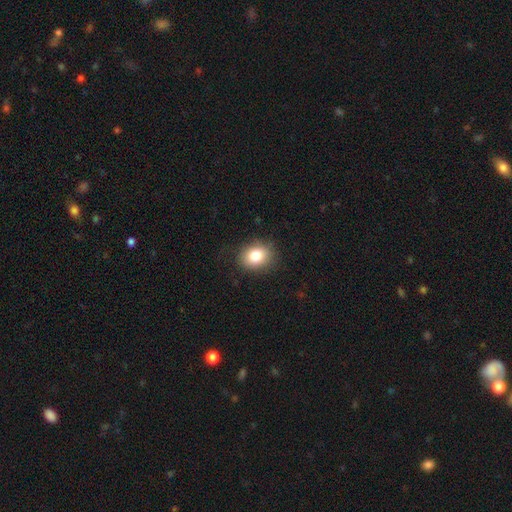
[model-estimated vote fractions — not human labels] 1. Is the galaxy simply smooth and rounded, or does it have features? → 83% smooth, 9% star or artifact, 8% featured or disk.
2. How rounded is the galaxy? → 52% in between, 47% round, 1% cigar-shaped.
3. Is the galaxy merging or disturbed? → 83% none, 12% minor disturbance, 4% major disturbance, 1% merger.